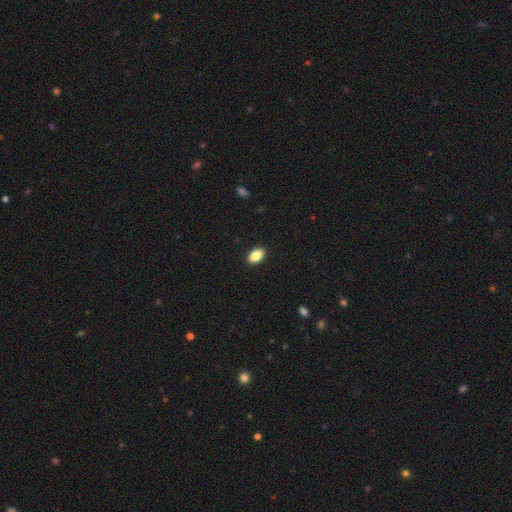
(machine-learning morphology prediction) Q: Smooth or featured?
A: smooth (86%); runner-up: star or artifact (8%)
Q: How rounded?
A: in between (91%); runner-up: round (7%)
Q: Merging?
A: none (91%); runner-up: minor disturbance (7%)